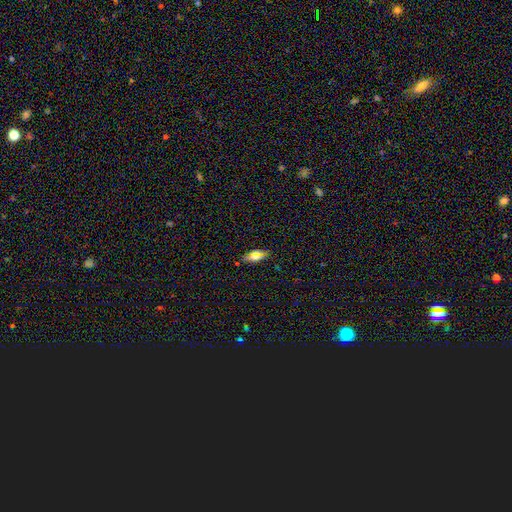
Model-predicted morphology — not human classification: This appears to be a smooth galaxy with no disk features (60%) that is in between round and cigar-shaped (78%). Merging: none (86%).